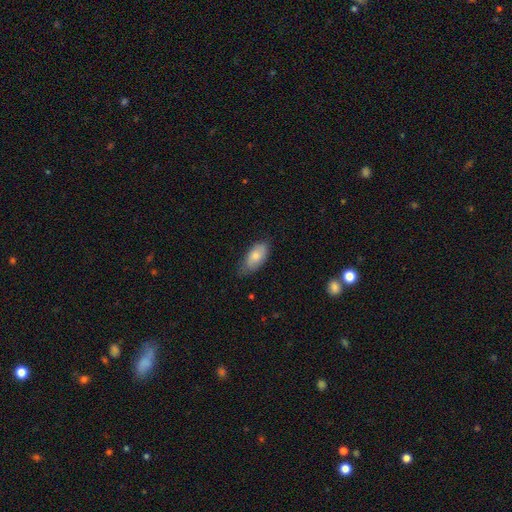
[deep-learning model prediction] Smooth or featured: smooth — 79% (featured or disk — 15%)
How rounded: in between — 92% (cigar-shaped — 5%)
Merging: none — 65% (minor disturbance — 29%)